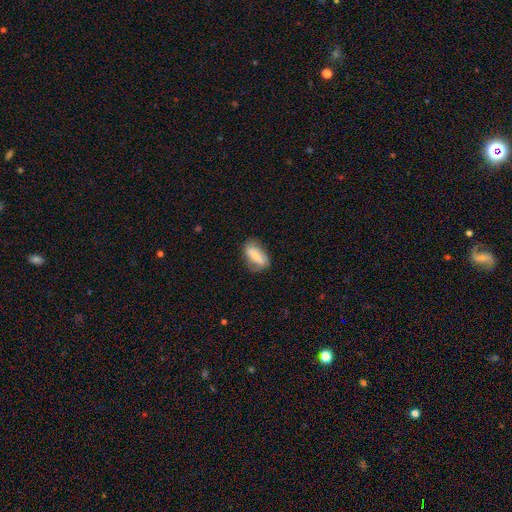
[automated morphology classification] Smooth or featured: smooth — 60% (featured or disk — 32%)
How rounded: in between — 86% (cigar-shaped — 9%)
Merging: none — 64% (minor disturbance — 26%)